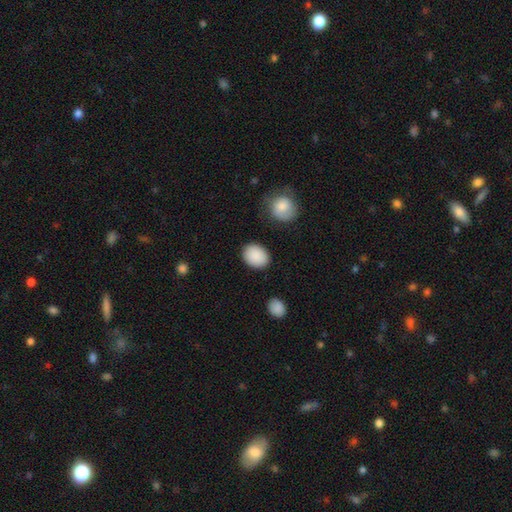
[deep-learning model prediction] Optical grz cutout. It shows a smooth galaxy with no disk features (90%) that is in between round and cigar-shaped (62%). Merging: none (86%).